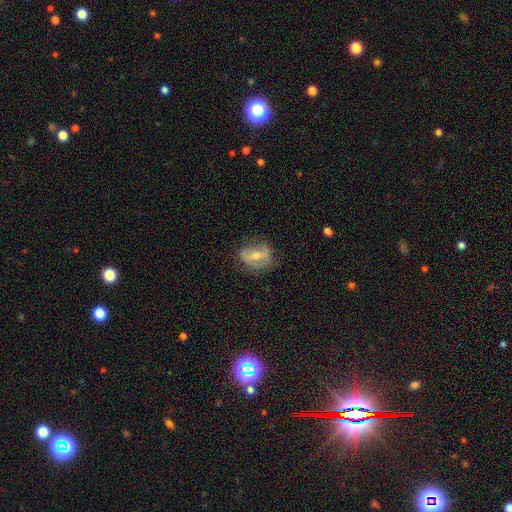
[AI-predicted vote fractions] smooth_or_featured: featured or disk (p=0.57) [alt: smooth p=0.31]
disk_edge_on: no (p=0.93) [alt: yes p=0.07]
bar: weak (p=0.40) [alt: strong p=0.34]
has_spiral_arms: yes (p=0.61) [alt: no p=0.39]
bulge_size: moderate (p=0.55) [alt: small p=0.38]
merging: none (p=0.70) [alt: minor disturbance p=0.21]